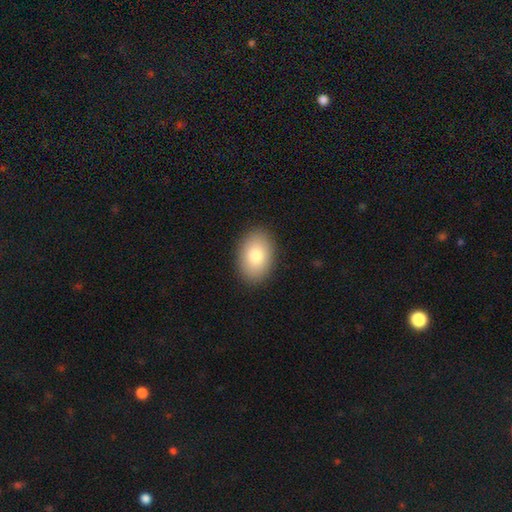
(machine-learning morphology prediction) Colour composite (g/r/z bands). It shows a smooth galaxy with no disk features (80%) that is in between round and cigar-shaped (85%). Merging: none (90%).